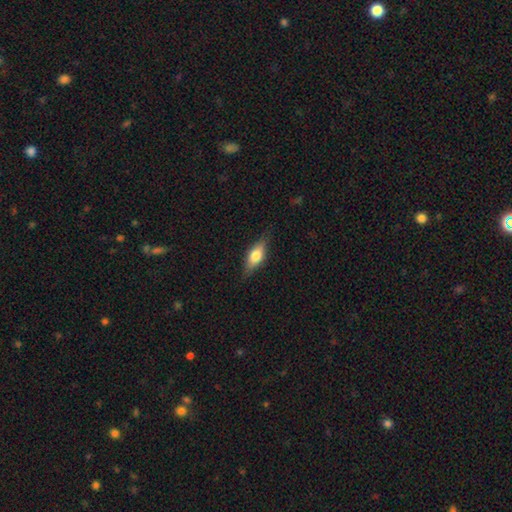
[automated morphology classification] smooth_or_featured: smooth (p=0.59) [alt: featured or disk p=0.34]
how_rounded: in between (p=0.69) [alt: cigar-shaped p=0.27]
merging: none (p=0.81) [alt: minor disturbance p=0.15]